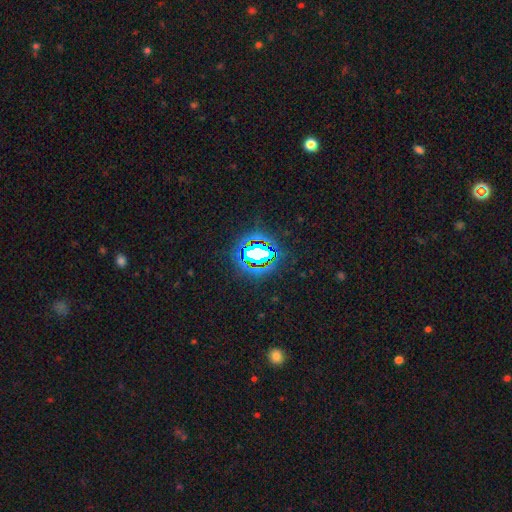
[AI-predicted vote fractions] Smooth or featured: star or artifact — 74% (smooth — 16%)